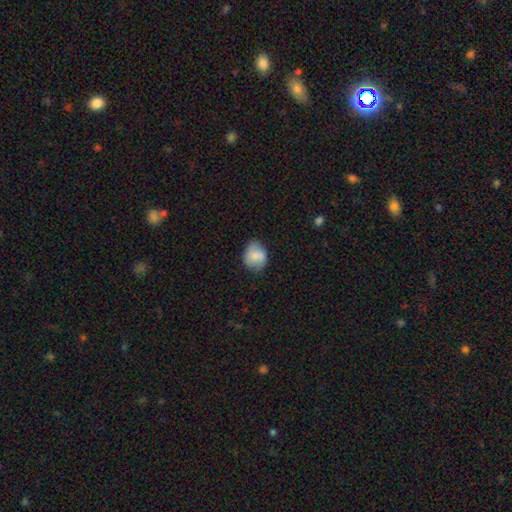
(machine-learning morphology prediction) type=smooth (77%); roundness=round (61%); merging=none (71%).